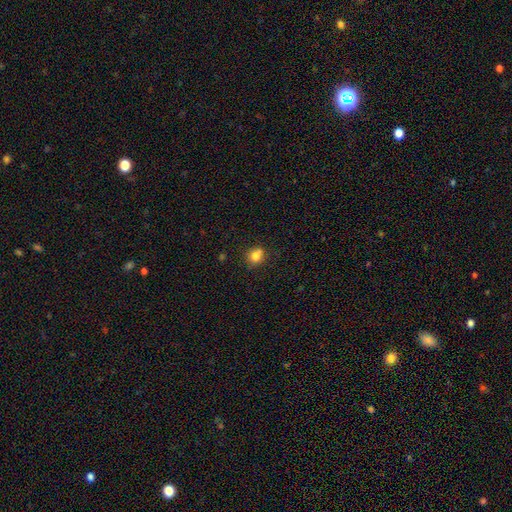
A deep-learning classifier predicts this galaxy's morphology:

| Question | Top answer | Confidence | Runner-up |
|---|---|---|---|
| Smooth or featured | smooth | 80% | star or artifact (12%) |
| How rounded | round | 68% | in between (31%) |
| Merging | none | 67% | minor disturbance (17%) |